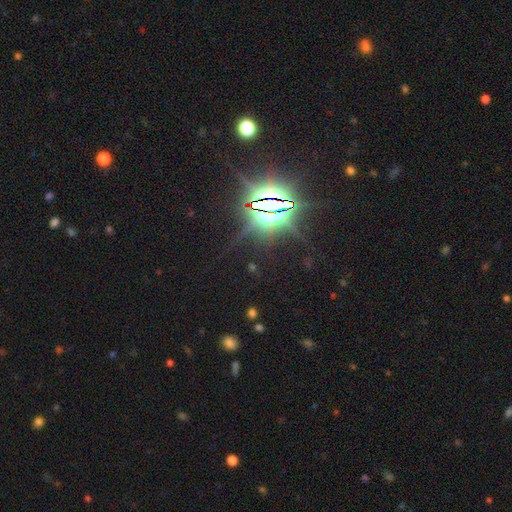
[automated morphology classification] Smooth or featured?
  - star or artifact: 87% *
  - smooth: 7%
  - featured or disk: 6%